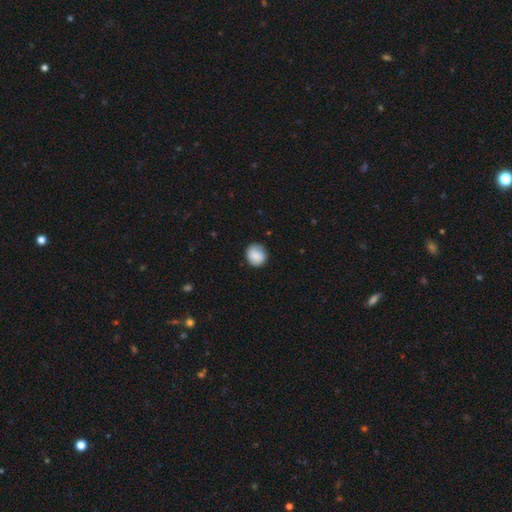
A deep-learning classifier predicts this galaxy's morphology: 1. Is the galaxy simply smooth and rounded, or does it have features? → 85% smooth, 8% featured or disk, 7% star or artifact.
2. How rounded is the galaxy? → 81% round, 18% in between, 1% cigar-shaped.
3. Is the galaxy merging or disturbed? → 78% none, 18% minor disturbance, 3% major disturbance, 1% merger.